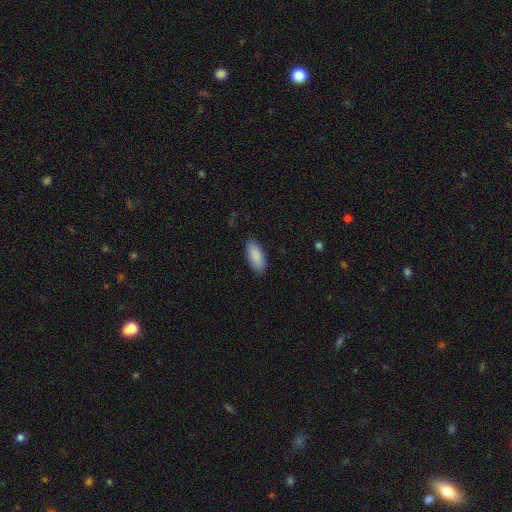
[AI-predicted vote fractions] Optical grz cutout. It shows a smooth galaxy with no disk features (89%) that is in between round and cigar-shaped (80%). Merging: none (88%).